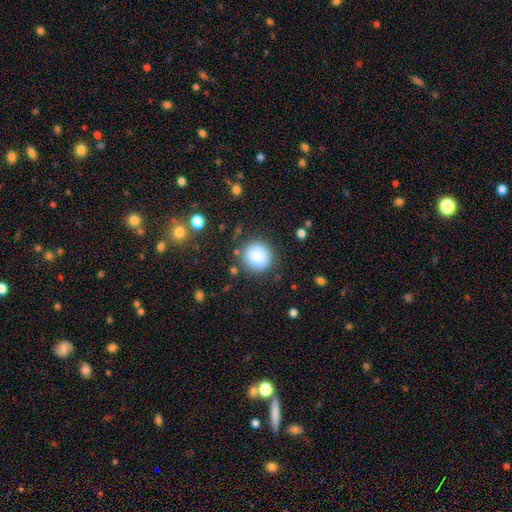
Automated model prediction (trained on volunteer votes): smooth_or_featured: smooth (p=0.85) [alt: star or artifact p=0.09]
how_rounded: round (p=0.93) [alt: in between p=0.06]
merging: none (p=0.85) [alt: minor disturbance p=0.09]